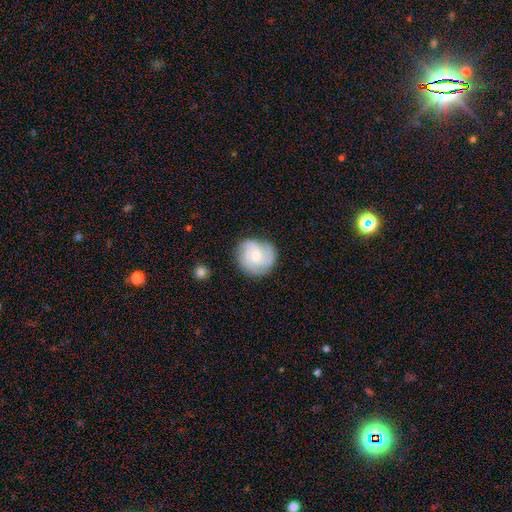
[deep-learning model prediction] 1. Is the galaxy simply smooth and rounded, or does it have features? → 71% featured or disk, 23% smooth, 7% star or artifact.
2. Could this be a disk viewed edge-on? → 98% no, 2% yes.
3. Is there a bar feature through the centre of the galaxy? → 71% no, 26% weak, 4% strong.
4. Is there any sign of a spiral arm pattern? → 94% yes, 6% no.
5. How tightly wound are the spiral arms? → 54% tight, 37% medium, 9% loose.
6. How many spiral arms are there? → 50% 3, 17% can't tell, 14% 2, 10% 4, 4% 1, 4% more than 4.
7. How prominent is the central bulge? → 50% moderate, 45% small, 3% large, 2% none, 1% dominant.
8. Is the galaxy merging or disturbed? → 77% none, 16% minor disturbance, 5% major disturbance, 1% merger.